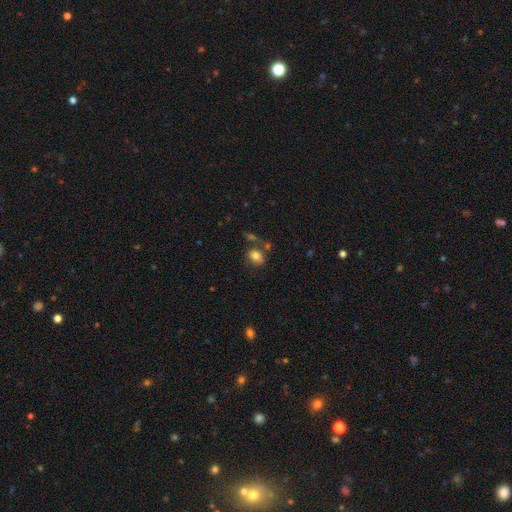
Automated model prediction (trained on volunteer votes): Smooth or featured? smooth (74%)
How rounded? in between (64%)
Merging? none (51%)